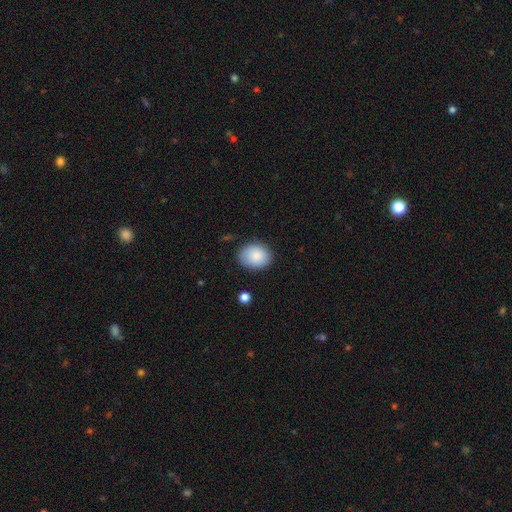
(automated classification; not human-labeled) Overall: smooth (87%). How rounded: in between (58%; round 41%). Merging: none (84%).